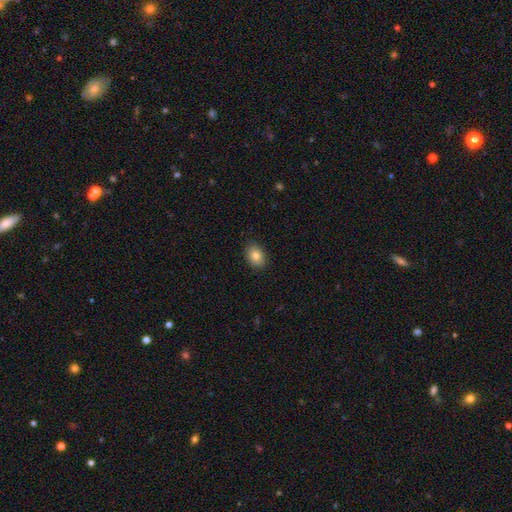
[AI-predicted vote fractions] Morphology: type=smooth (82%); roundness=in between (72%); merging=none (89%).